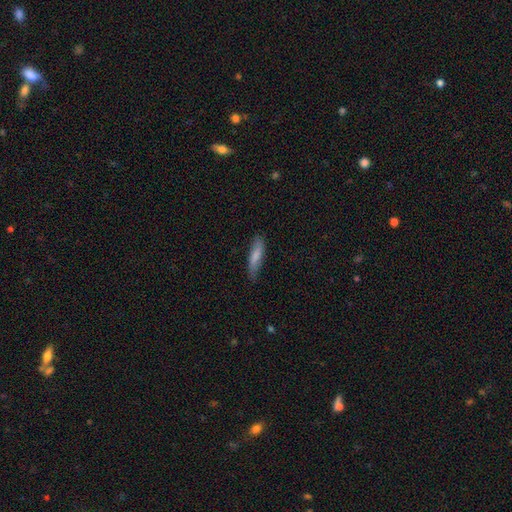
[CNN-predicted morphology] smooth-or-featured: smooth: 76% | featured or disk: 18% | star or artifact: 6%
  how-rounded: cigar-shaped: 72% | in between: 27% | round: 2%
  merging: none: 69% | minor disturbance: 25% | major disturbance: 4% | merger: 2%